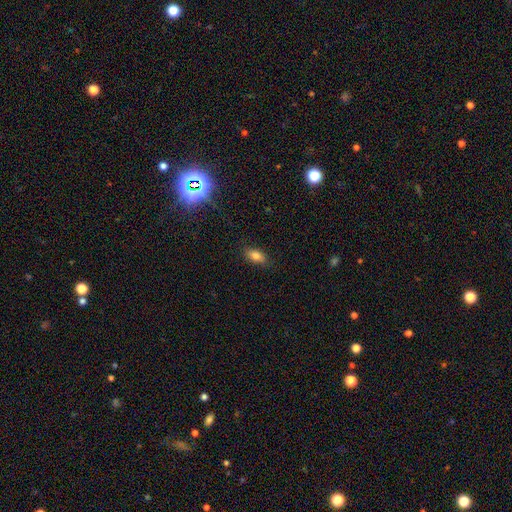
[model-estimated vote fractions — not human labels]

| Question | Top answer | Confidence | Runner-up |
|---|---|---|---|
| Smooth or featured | smooth | 79% | star or artifact (11%) |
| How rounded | in between | 87% | cigar-shaped (7%) |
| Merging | none | 84% | minor disturbance (12%) |